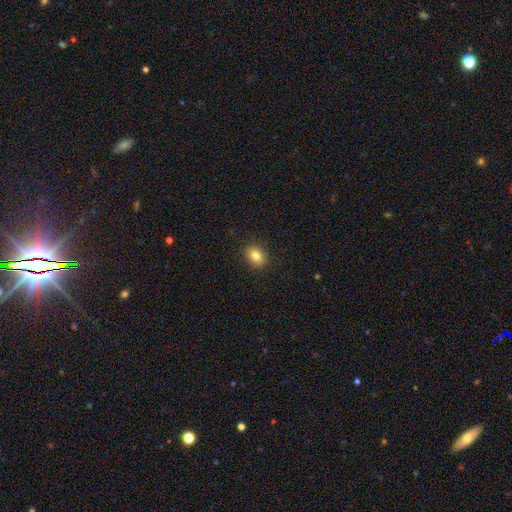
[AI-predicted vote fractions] Smooth or featured?
  - smooth: 84% *
  - star or artifact: 10%
  - featured or disk: 6%
How rounded?
  - in between: 61% *
  - round: 38%
  - cigar-shaped: 1%
Merging?
  - none: 88% *
  - minor disturbance: 9%
  - major disturbance: 2%
  - merger: 1%